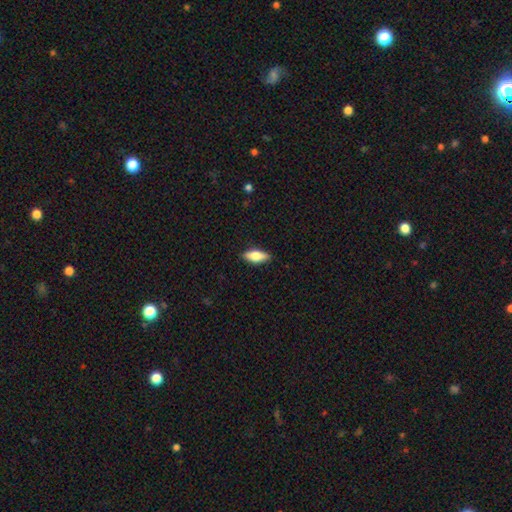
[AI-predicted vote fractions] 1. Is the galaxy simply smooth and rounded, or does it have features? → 74% smooth, 20% featured or disk, 6% star or artifact.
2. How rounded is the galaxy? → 77% in between, 20% cigar-shaped, 3% round.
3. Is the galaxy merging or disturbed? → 87% none, 10% minor disturbance, 2% major disturbance, 1% merger.